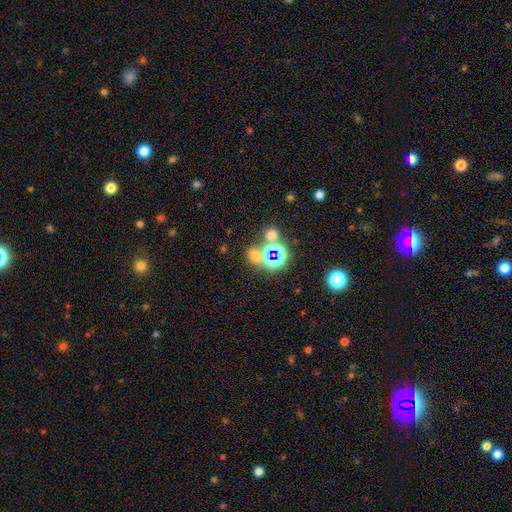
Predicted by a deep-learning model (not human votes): The model was most divided on "smooth or featured": star or artifact: 47%, smooth: 45%, featured or disk: 8%.